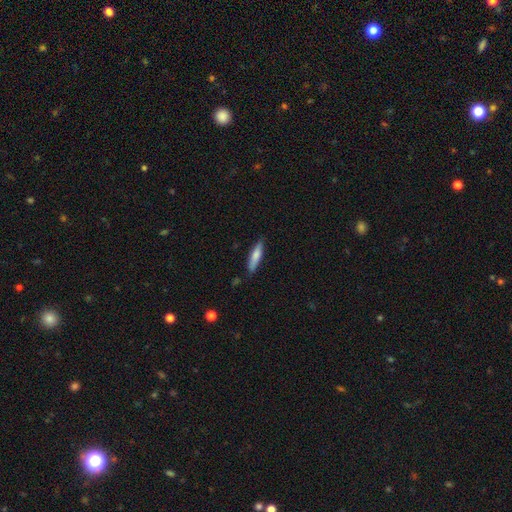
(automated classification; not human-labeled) smooth_or_featured: smooth (p=0.73) [alt: featured or disk p=0.21]
how_rounded: cigar-shaped (p=0.78) [alt: in between p=0.21]
merging: none (p=0.82) [alt: minor disturbance p=0.14]